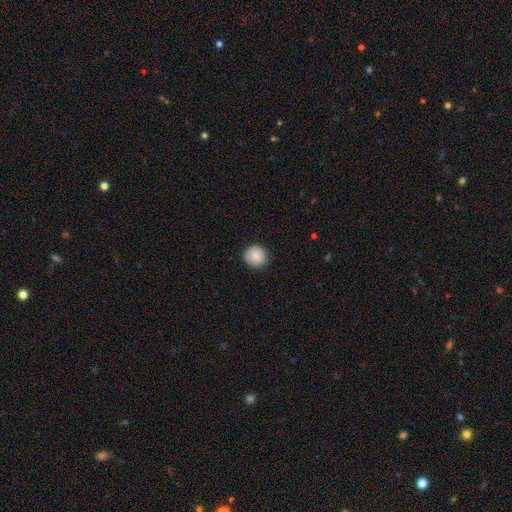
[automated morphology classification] smooth_or_featured: smooth (p=0.84) [alt: featured or disk p=0.08]
how_rounded: round (p=0.94) [alt: in between p=0.05]
merging: none (p=0.87) [alt: minor disturbance p=0.10]